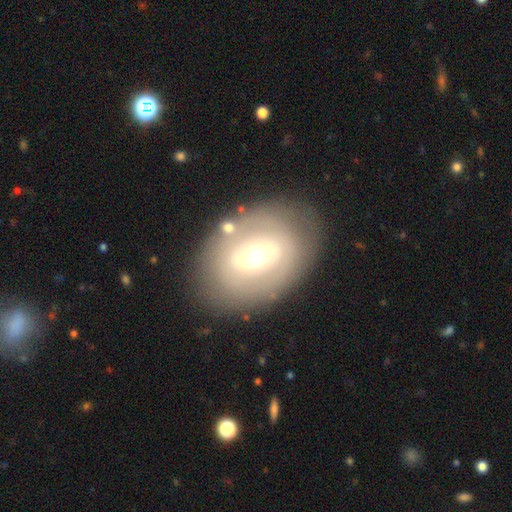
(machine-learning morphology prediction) Overall: featured or disk (57%; smooth 36%). Edge-on disk: no (94%). Bar: no (56%; weak 31%). Spiral arms: no (69%; yes 31%). Bulge size: moderate (66%). Merging: none (79%).